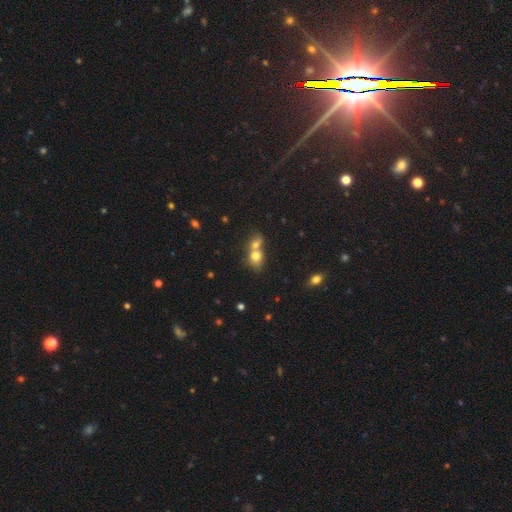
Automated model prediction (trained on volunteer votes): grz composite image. It shows a smooth galaxy with no disk features (75%) that is in between round and cigar-shaped (52%). Merging: merger (69%).